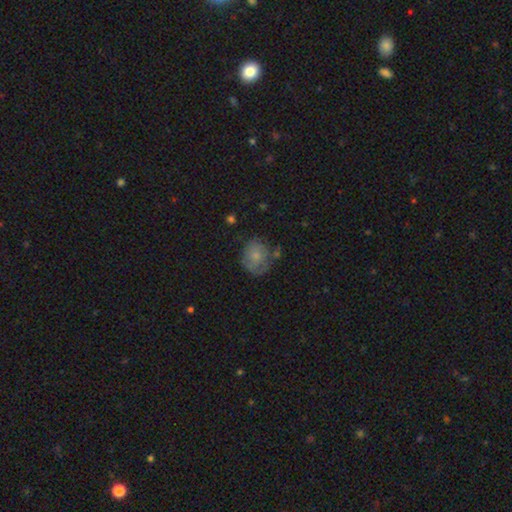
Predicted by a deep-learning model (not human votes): Smooth or featured? Predicted: smooth (p=0.66). How rounded? Predicted: round (p=0.68). Merging? Predicted: none (p=0.54).